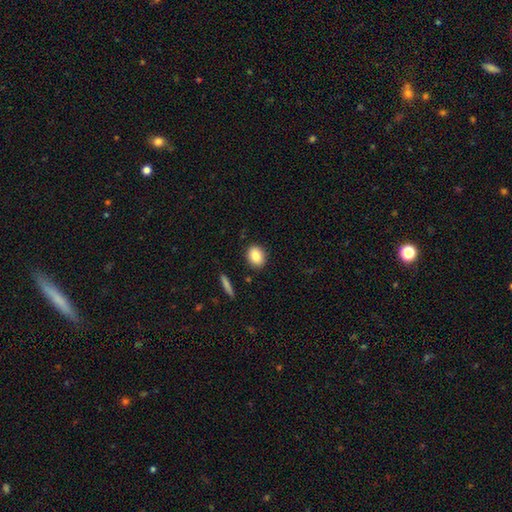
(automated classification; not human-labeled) smooth 85%, star or artifact 8%, featured or disk 7%. Down the decision tree: how rounded — in between (54%); merging — none (88%).